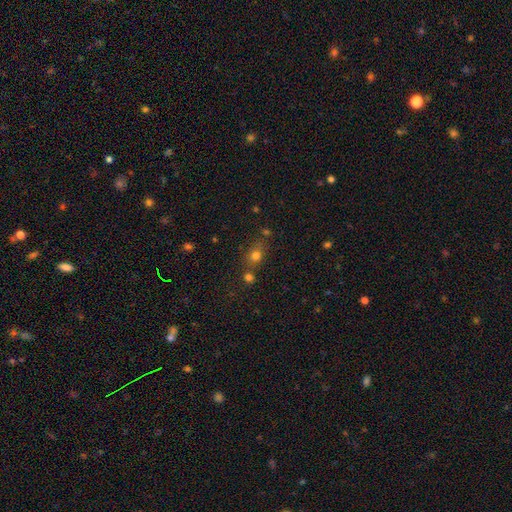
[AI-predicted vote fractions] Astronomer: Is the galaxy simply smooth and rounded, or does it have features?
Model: smooth — 74%.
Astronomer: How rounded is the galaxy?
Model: round — 63%.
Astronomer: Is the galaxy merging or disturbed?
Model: none — 63%.